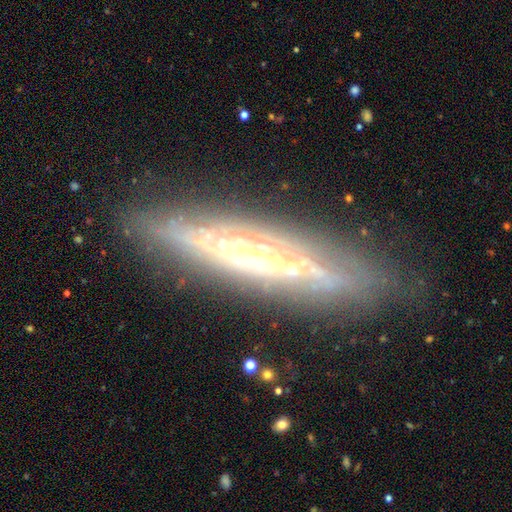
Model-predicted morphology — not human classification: Smooth or featured? Predicted: featured or disk (p=0.80). Edge-on disk? Predicted: yes (p=0.55). Merging? Predicted: none (p=0.79).